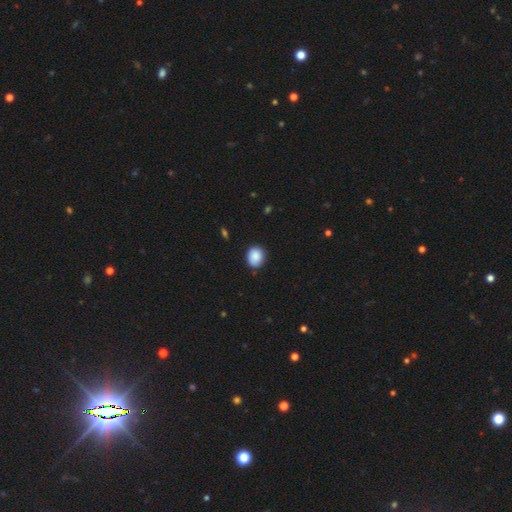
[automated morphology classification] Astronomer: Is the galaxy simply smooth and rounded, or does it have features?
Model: smooth — 88%.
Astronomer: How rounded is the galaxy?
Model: round — 67%.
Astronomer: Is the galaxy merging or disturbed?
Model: none — 86%.